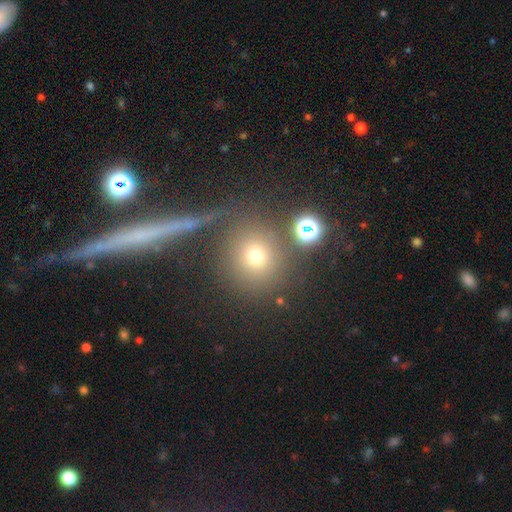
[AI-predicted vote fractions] Smooth or featured? smooth (65%)
How rounded? round (89%)
Merging? none (71%)